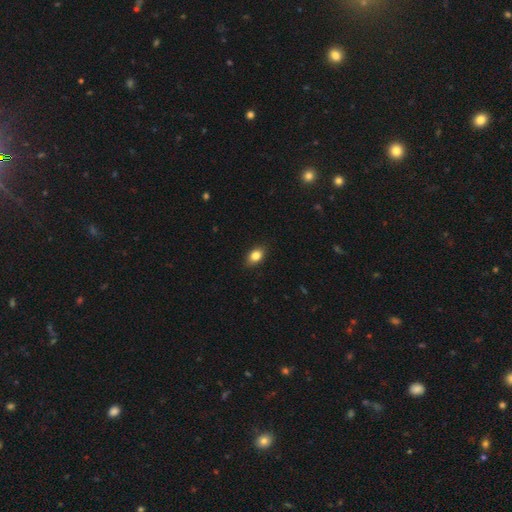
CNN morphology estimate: smooth_or_featured: smooth (p=0.84) [alt: star or artifact p=0.09]
how_rounded: in between (p=0.79) [alt: round p=0.18]
merging: none (p=0.86) [alt: minor disturbance p=0.11]